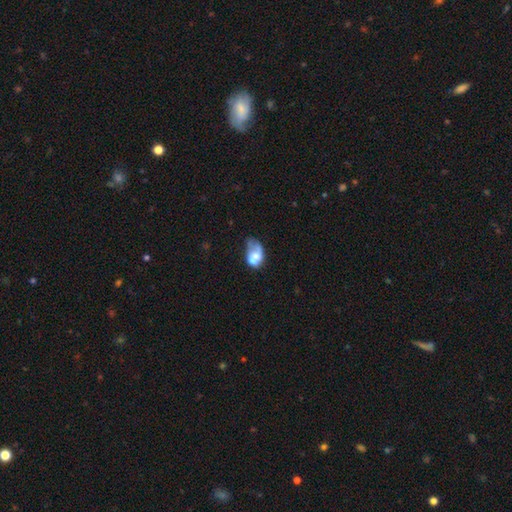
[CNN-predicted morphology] Smooth or featured? smooth (54%)
How rounded? in between (80%)
Merging? merger (31%)